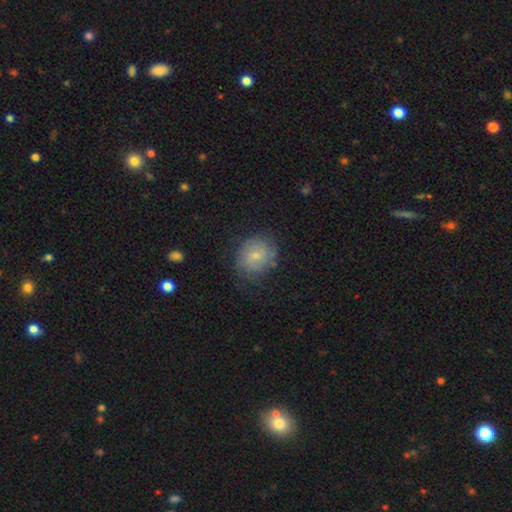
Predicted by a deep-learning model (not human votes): Morphology: type=smooth (69%); roundness=round (69%); merging=none (72%).